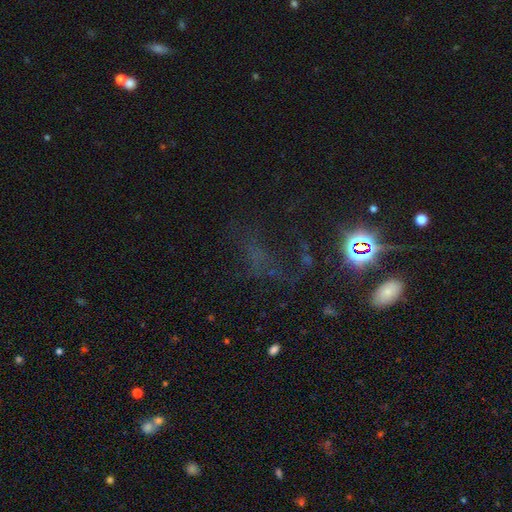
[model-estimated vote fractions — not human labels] A star or artifact, not a galaxy (49%).